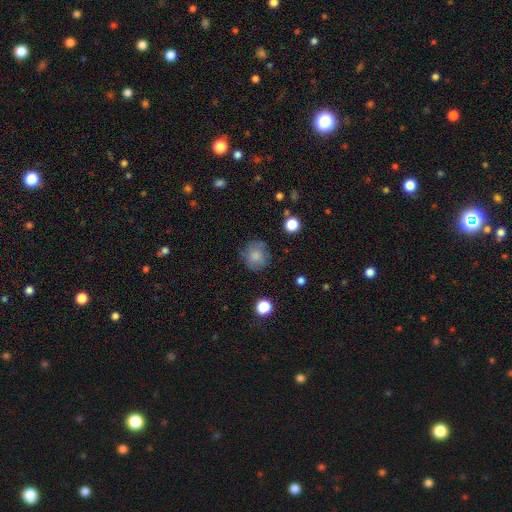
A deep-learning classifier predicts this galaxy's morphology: Smooth or featured: smooth — 79% (featured or disk — 11%)
How rounded: round — 88% (in between — 11%)
Merging: none — 75% (minor disturbance — 17%)